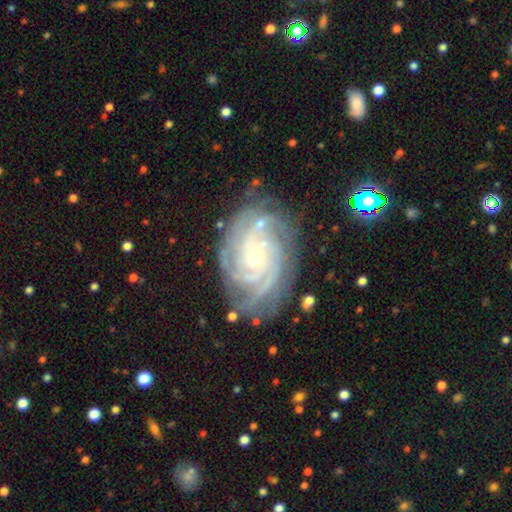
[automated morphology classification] A featured or disk galaxy (90%) with no bar (72%), 4 (33%) tight (76%) spiral arms (98%) and a small central bulge (78%).

Vote fractions:
- Smooth or featured? featured or disk: 90% / star or artifact: 6% / smooth: 4%
- Edge-on disk? no: 97% / yes: 3%
- Bar? no: 72% / weak: 21% / strong: 7%
- Spiral arms? yes: 98% / no: 2%
- Spiral winding? tight: 76% / medium: 21% / loose: 3%
- Spiral arm count? 4: 33% / 3: 19% / more than 4: 16% / can't tell: 15% / 2: 10% / 1: 6%
- Bulge size? small: 78% / moderate: 18% / none: 2% / large: 1% / dominant: 1%
- Merging? none: 75% / minor disturbance: 17% / major disturbance: 6% / merger: 2%